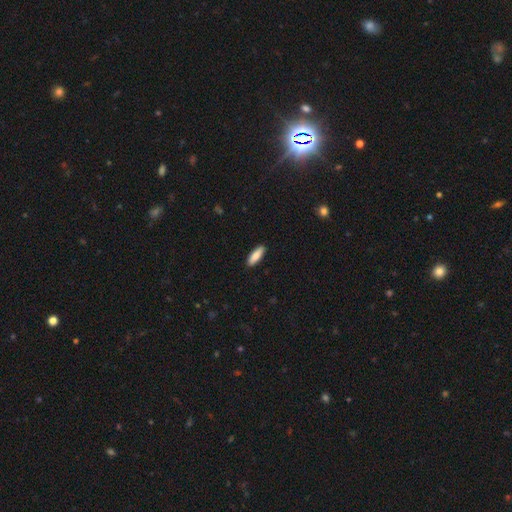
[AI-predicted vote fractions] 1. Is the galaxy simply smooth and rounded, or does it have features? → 84% smooth, 10% featured or disk, 6% star or artifact.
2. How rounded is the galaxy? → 52% in between, 46% cigar-shaped, 2% round.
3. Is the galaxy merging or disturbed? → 90% none, 7% minor disturbance, 2% major disturbance, 1% merger.